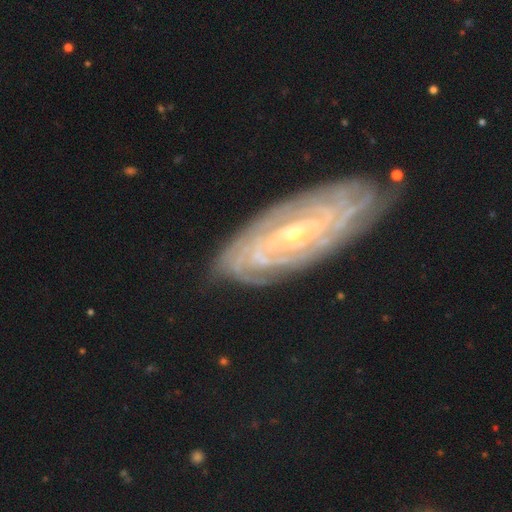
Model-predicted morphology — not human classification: Smooth or featured: featured or disk — 87% (smooth — 7%)
Edge-on disk: no — 92% (yes — 8%)
Bar: no — 57% (weak — 28%)
Spiral arms: yes — 96% (no — 4%)
Spiral winding: tight — 78% (medium — 18%)
Spiral arm count: can't tell — 33% (4 — 18%)
Bulge size: small — 71% (moderate — 25%)
Merging: none — 77% (minor disturbance — 16%)